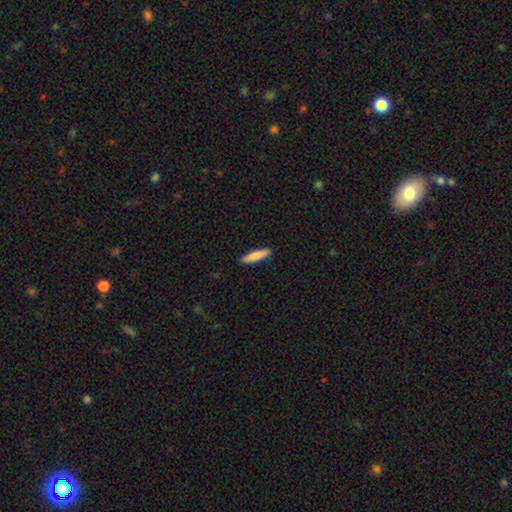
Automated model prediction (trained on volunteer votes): Smooth or featured? smooth (81%)
How rounded? cigar-shaped (84%)
Merging? none (91%)